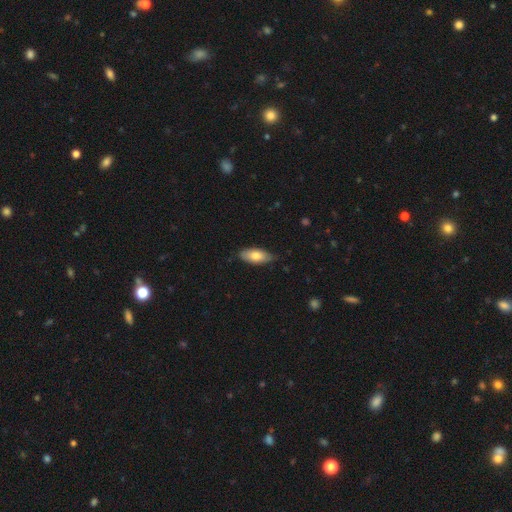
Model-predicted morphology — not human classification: smooth_or_featured: smooth (p=0.77) [alt: featured or disk p=0.17]
how_rounded: in between (p=0.85) [alt: cigar-shaped p=0.13]
merging: none (p=0.78) [alt: minor disturbance p=0.18]